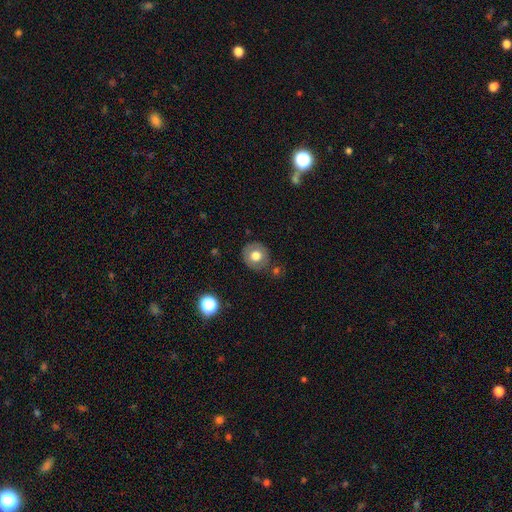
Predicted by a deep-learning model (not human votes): A smooth galaxy with no disk features (68%) that is round (83%). Merging: none (78%).